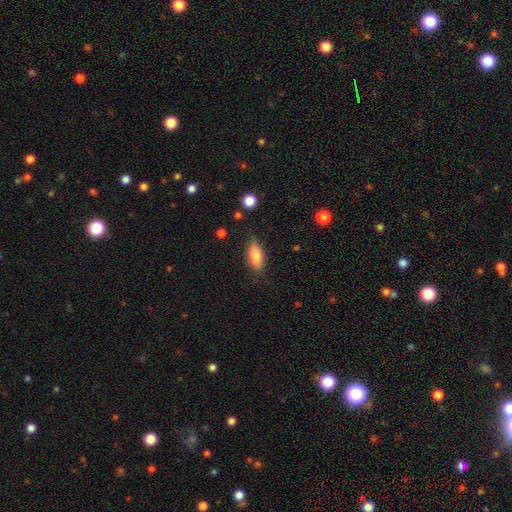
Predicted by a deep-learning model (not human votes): Morphology: type=smooth (79%); roundness=in between (81%); merging=none (79%).